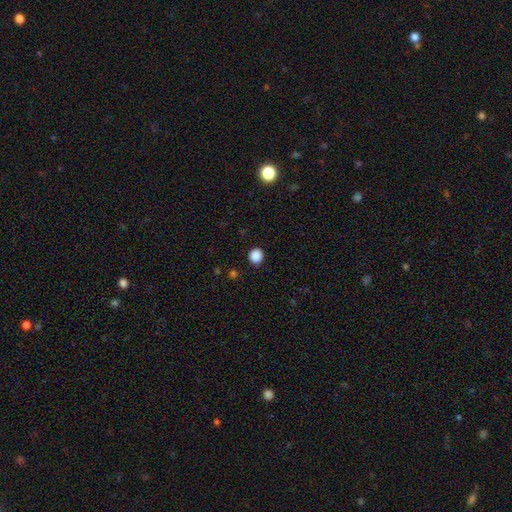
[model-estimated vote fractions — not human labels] smooth 87%, star or artifact 10%, featured or disk 2%. Down the decision tree: how rounded — round (86%); merging — none (90%).